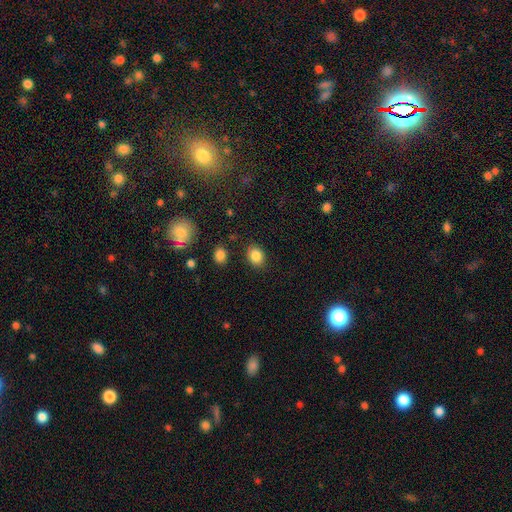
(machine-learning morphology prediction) The model was most divided on "how rounded": in between: 53%, round: 46%, cigar-shaped: 1%. More confident: merging — none (85%); smooth or featured — smooth (85%).